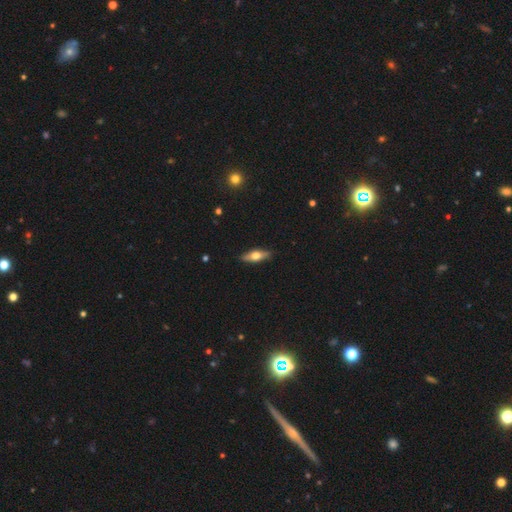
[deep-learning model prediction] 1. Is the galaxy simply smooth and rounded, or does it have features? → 49% smooth, 45% featured or disk, 6% star or artifact.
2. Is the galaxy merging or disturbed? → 88% none, 9% minor disturbance, 2% major disturbance, 1% merger.